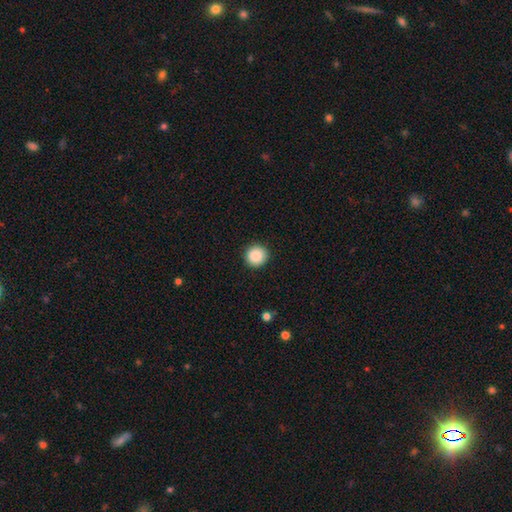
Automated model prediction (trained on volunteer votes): smooth-or-featured: smooth: 89% | star or artifact: 8% | featured or disk: 3%
  how-rounded: round: 95% | in between: 4% | cigar-shaped: 1%
  merging: none: 92% | minor disturbance: 5% | major disturbance: 2% | merger: 1%